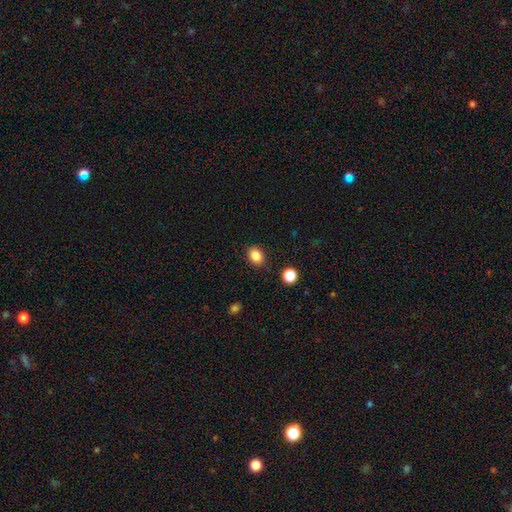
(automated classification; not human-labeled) Smooth or featured? smooth (86%)
How rounded? in between (62%)
Merging? none (87%)